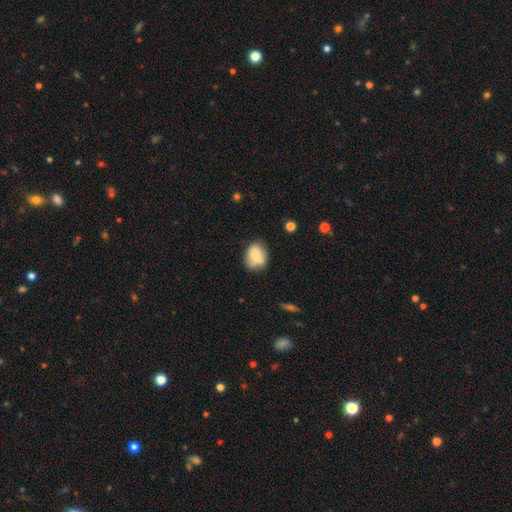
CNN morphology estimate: A smooth galaxy with no disk features (71%) that is in between round and cigar-shaped (56%). Merging: none (56%).